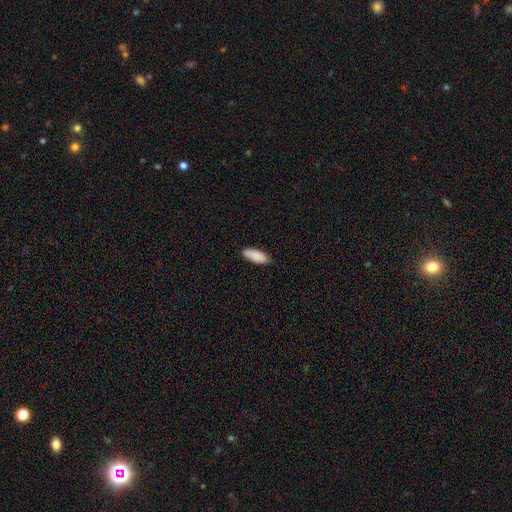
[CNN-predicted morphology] A smooth galaxy with no disk features (89%) that is in between round and cigar-shaped (74%). Merging: none (82%).